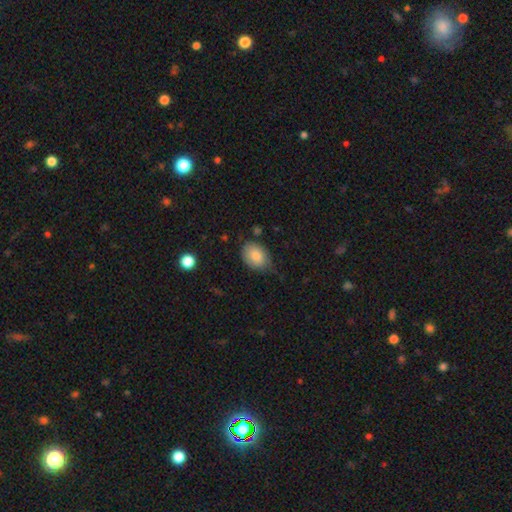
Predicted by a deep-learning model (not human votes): A smooth galaxy with no disk features (83%) that is in between round and cigar-shaped (82%).

Vote fractions:
- Smooth or featured? smooth: 83% / featured or disk: 10% / star or artifact: 7%
- How rounded? in between: 82% / round: 17% / cigar-shaped: 1%
- Merging? none: 65% / minor disturbance: 27% / major disturbance: 6% / merger: 2%